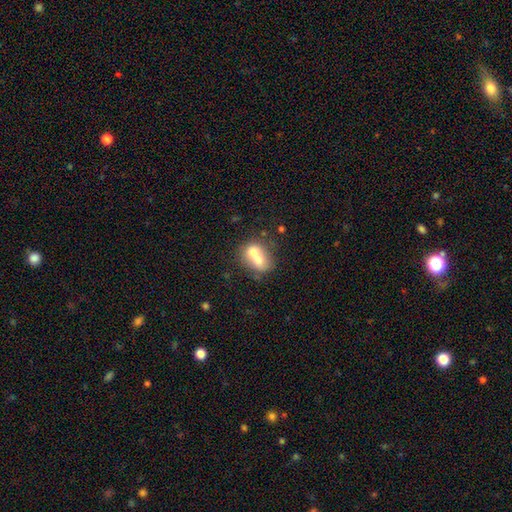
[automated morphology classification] The model was most divided on "how rounded": round: 51%, in between: 48%, cigar-shaped: 1%. More confident: merging — merger (70%); smooth or featured — smooth (64%).